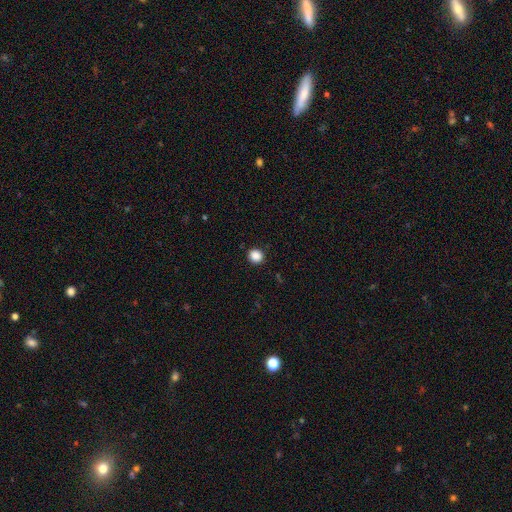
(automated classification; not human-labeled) smooth_or_featured: smooth (p=0.88) [alt: star or artifact p=0.10]
how_rounded: round (p=0.87) [alt: in between p=0.12]
merging: none (p=0.91) [alt: minor disturbance p=0.06]